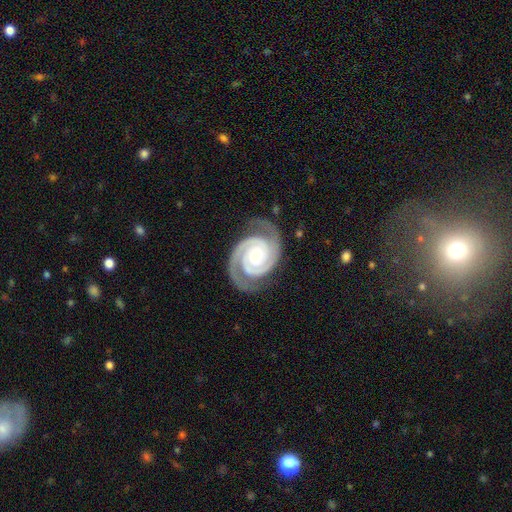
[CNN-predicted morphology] Smooth or featured? Predicted: featured or disk (p=0.94). Edge-on disk? Predicted: no (p=0.98). Bar? Predicted: no (p=0.65). Spiral arms? Predicted: yes (p=0.99). Spiral winding? Predicted: tight (p=0.72). Spiral arm count? Predicted: 2 (p=0.93). Bulge size? Predicted: moderate (p=0.53). Merging? Predicted: none (p=0.82).